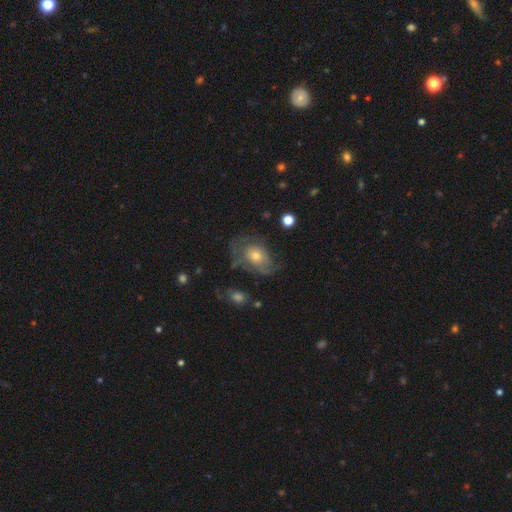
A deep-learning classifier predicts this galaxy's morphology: Smooth or featured: featured or disk — 57% (smooth — 33%)
Edge-on disk: no — 95% (yes — 5%)
Bar: no — 84% (weak — 14%)
Spiral arms: yes — 66% (no — 34%)
Bulge size: moderate — 54% (small — 34%)
Merging: none — 51% (minor disturbance — 25%)